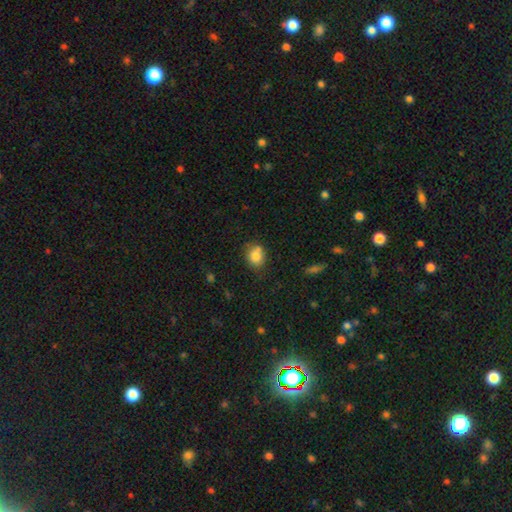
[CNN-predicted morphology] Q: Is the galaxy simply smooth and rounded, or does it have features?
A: smooth — 81%.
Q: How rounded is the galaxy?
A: round — 59%.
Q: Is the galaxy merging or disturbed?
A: none — 64%.